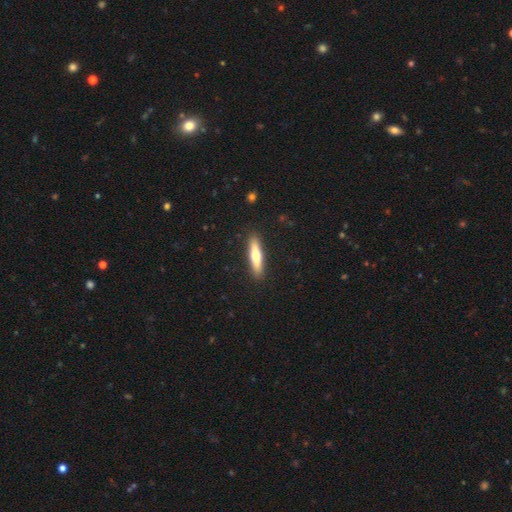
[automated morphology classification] smooth 60%, featured or disk 35%, star or artifact 5%. Down the decision tree: how rounded — cigar-shaped (82%); merging — none (90%).